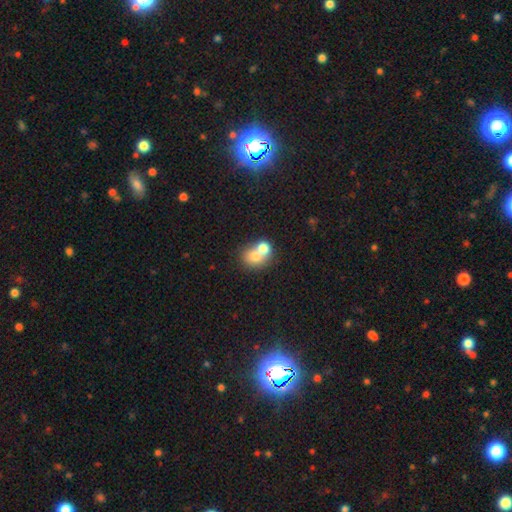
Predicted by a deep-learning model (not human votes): This appears to be a smooth galaxy with no disk features (72%) that is round (64%). Merging: merger (58%).